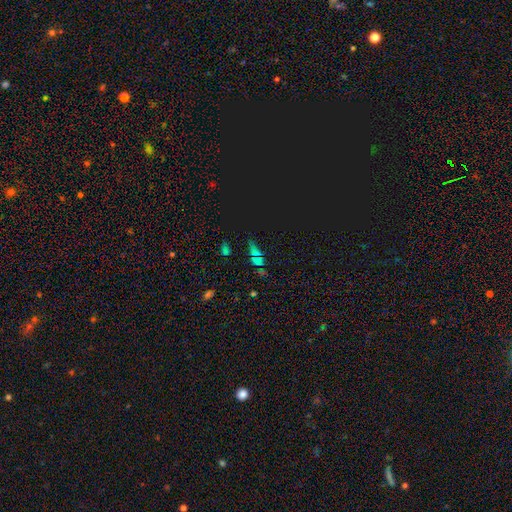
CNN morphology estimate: The model was most divided on "smooth or featured": star or artifact: 61%, smooth: 28%, featured or disk: 11%.